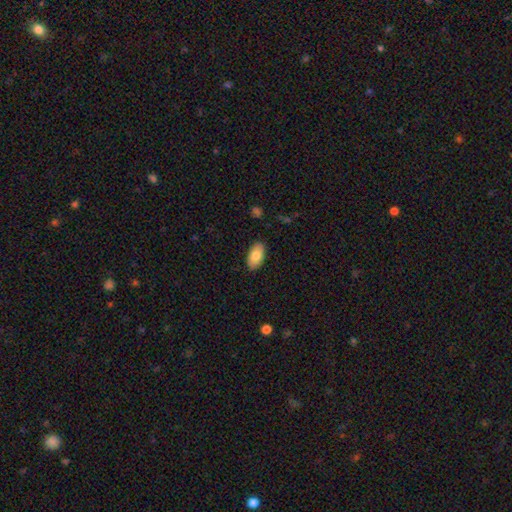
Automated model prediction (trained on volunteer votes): Smooth or featured?
  - smooth: 82% *
  - featured or disk: 12%
  - star or artifact: 6%
How rounded?
  - in between: 95% *
  - round: 3%
  - cigar-shaped: 2%
Merging?
  - none: 88% *
  - minor disturbance: 9%
  - major disturbance: 2%
  - merger: 1%